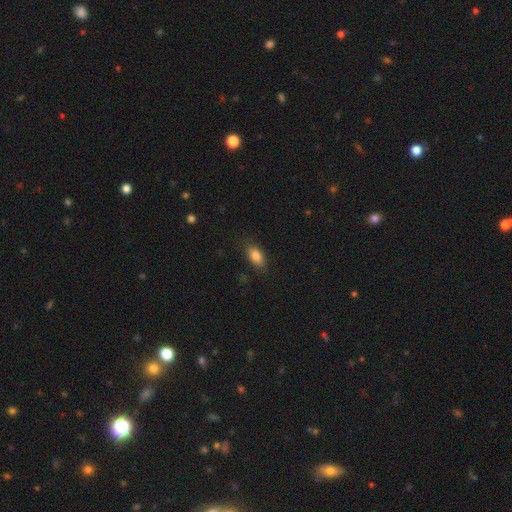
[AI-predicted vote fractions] smooth_or_featured: smooth (p=0.84) [alt: star or artifact p=0.08]
how_rounded: in between (p=0.88) [alt: round p=0.07]
merging: none (p=0.80) [alt: minor disturbance p=0.15]